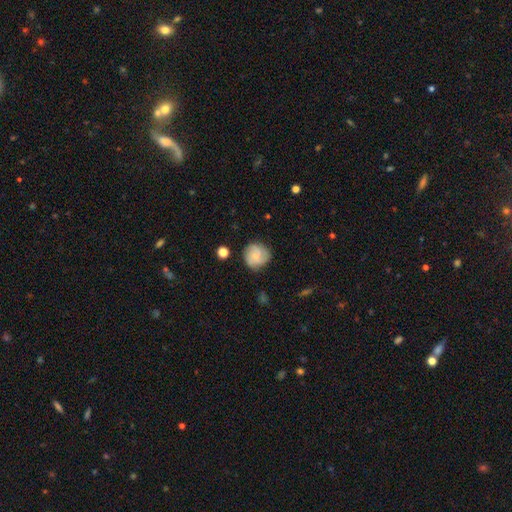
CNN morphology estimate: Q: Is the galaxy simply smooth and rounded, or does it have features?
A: smooth — 62%.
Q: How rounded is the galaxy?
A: round — 90%.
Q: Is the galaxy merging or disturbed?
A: none — 78%.